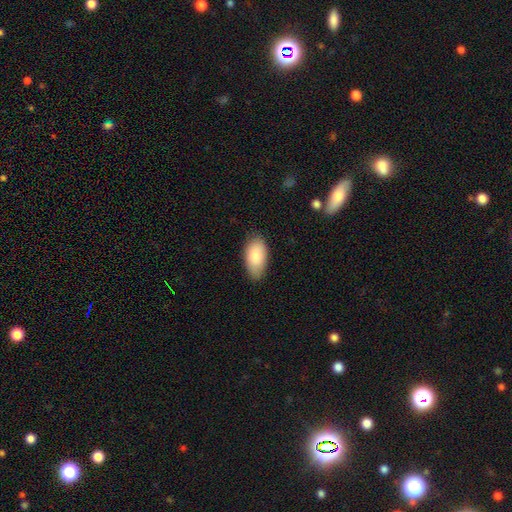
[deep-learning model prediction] smooth-or-featured: smooth: 85% | featured or disk: 9% | star or artifact: 6%
  how-rounded: in between: 94% | cigar-shaped: 3% | round: 3%
  merging: none: 79% | minor disturbance: 17% | major disturbance: 3% | merger: 1%